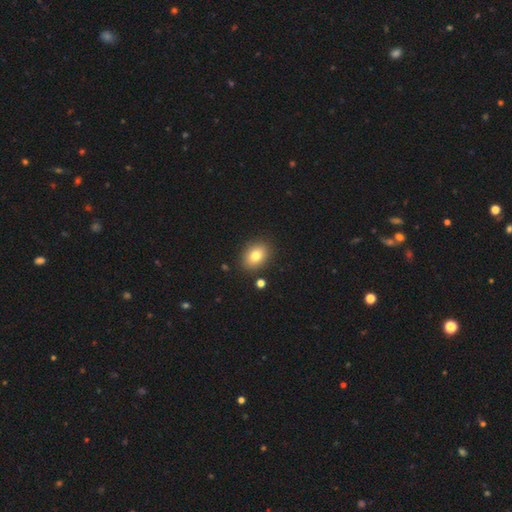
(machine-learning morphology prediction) Overall: smooth (80%). How rounded: in between (67%; round 32%). Merging: none (87%).